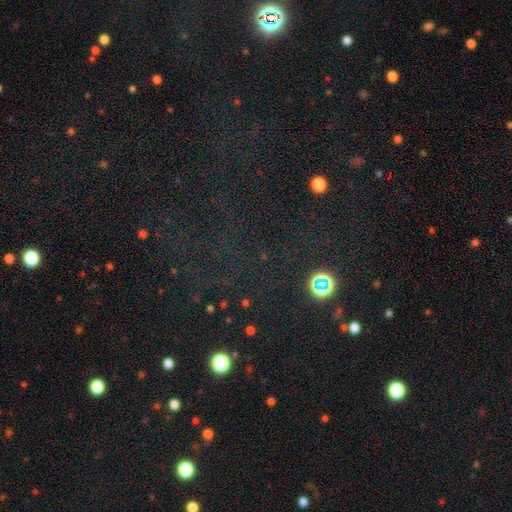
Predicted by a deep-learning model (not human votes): Morphology: type=star or artifact (70%).